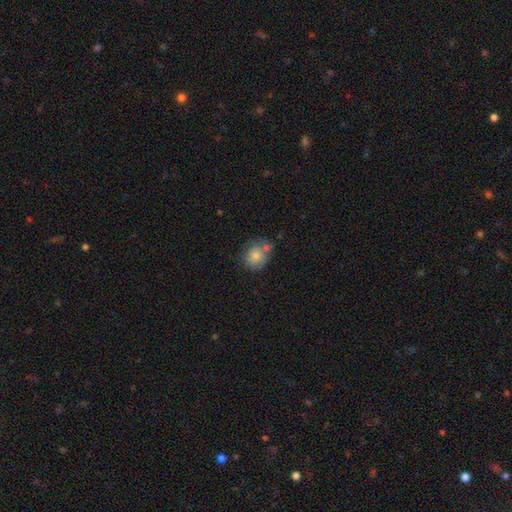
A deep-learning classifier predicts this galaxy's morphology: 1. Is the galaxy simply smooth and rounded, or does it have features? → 76% smooth, 16% featured or disk, 8% star or artifact.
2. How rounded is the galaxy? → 72% round, 27% in between, 1% cigar-shaped.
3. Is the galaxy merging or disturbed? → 51% none, 24% merger, 19% minor disturbance, 6% major disturbance.